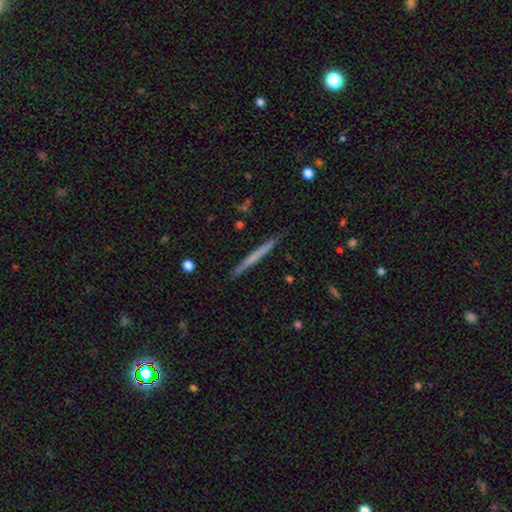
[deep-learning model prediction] smooth_or_featured: smooth (p=0.49) [alt: featured or disk p=0.45]
merging: none (p=0.91) [alt: minor disturbance p=0.07]